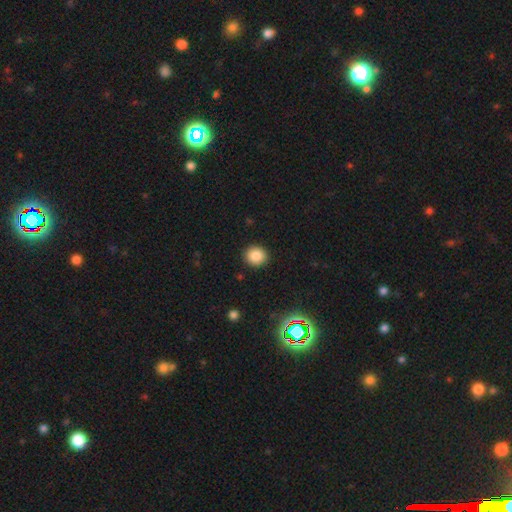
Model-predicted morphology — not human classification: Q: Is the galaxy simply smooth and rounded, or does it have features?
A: smooth — 85%.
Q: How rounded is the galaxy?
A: round — 86%.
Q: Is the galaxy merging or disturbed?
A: none — 92%.